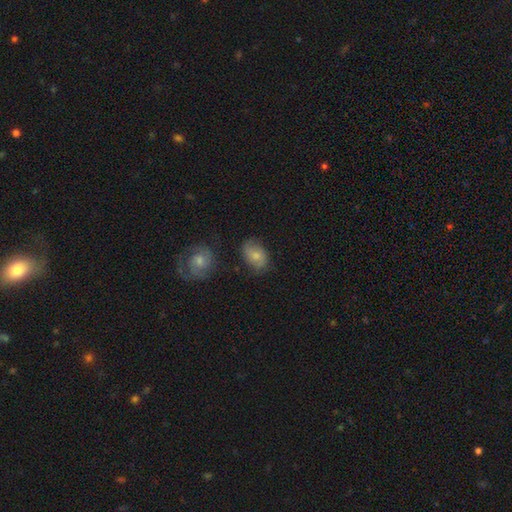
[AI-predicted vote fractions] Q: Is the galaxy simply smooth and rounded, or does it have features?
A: smooth — 64%.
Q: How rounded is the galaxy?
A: in between — 83%.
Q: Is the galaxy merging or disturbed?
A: none — 69%.